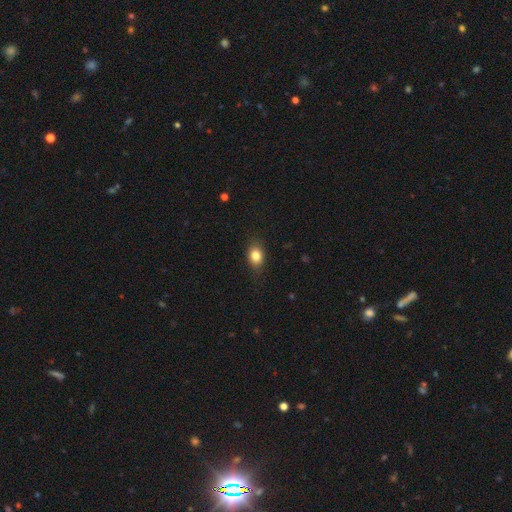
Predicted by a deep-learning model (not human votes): Q: Smooth or featured?
A: smooth (82%); runner-up: star or artifact (10%)
Q: How rounded?
A: in between (67%); runner-up: round (31%)
Q: Merging?
A: none (81%); runner-up: minor disturbance (15%)